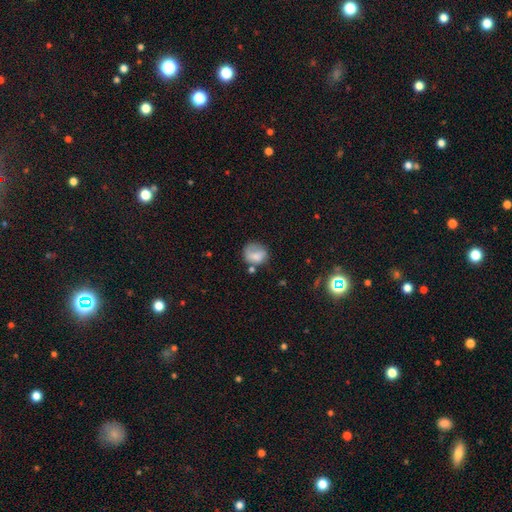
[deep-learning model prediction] Morphology: type=smooth (69%); roundness=round (70%); merging=none (47%).